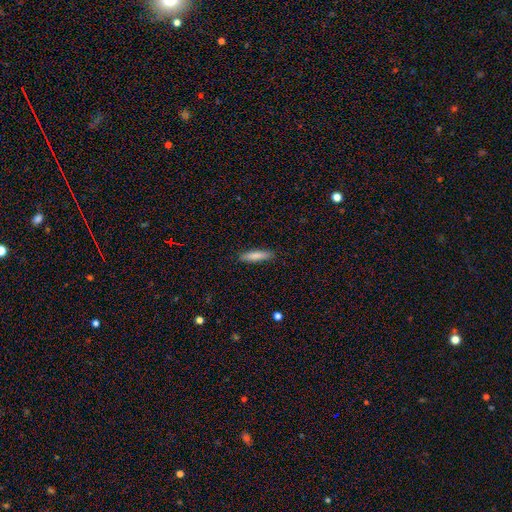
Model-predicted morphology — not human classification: This is clearly a smooth galaxy (83%). How rounded: clearly cigar-shaped (81%). Merging: clearly none (89%).